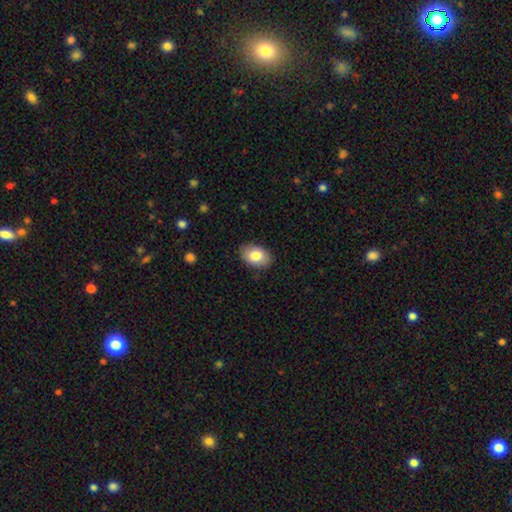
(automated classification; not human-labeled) Overall: smooth (82%). How rounded: in between (85%). Merging: none (87%).